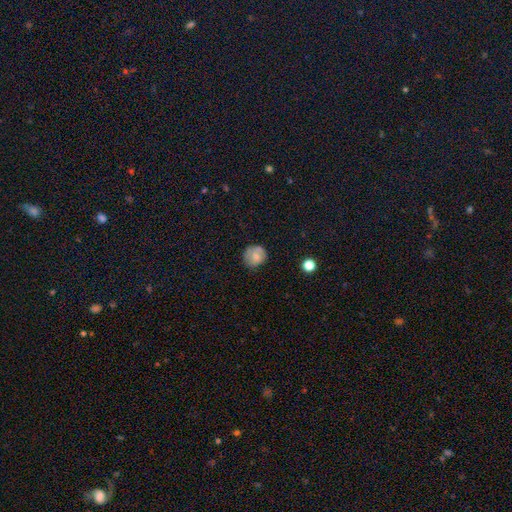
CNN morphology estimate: smooth_or_featured: smooth (p=0.70) [alt: featured or disk p=0.21]
how_rounded: round (p=0.85) [alt: in between p=0.14]
merging: none (p=0.70) [alt: minor disturbance p=0.21]